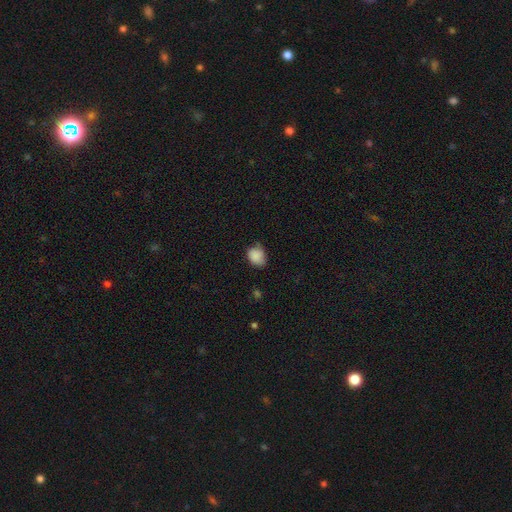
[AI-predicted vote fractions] Q: Smooth or featured?
A: smooth (86%); runner-up: star or artifact (9%)
Q: How rounded?
A: in between (52%); runner-up: round (47%)
Q: Merging?
A: none (61%); runner-up: minor disturbance (31%)